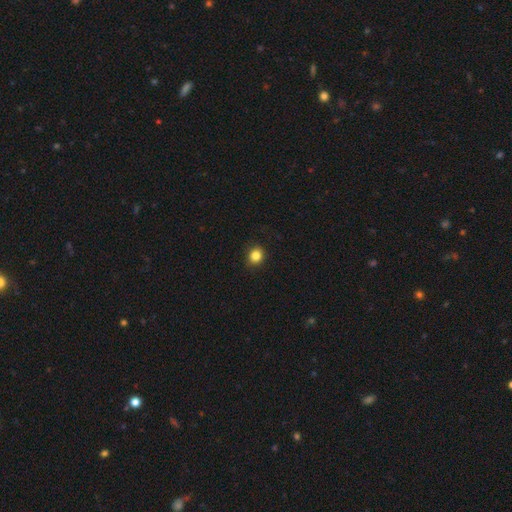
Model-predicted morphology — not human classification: Smooth or featured? Predicted: smooth (p=0.84). How rounded? Predicted: round (p=0.79). Merging? Predicted: none (p=0.89).